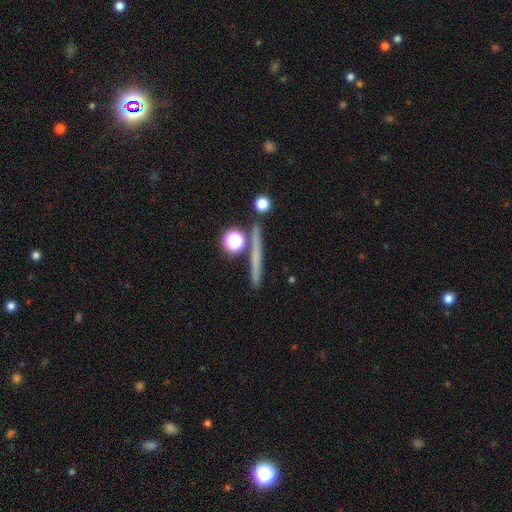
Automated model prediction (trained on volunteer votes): Smooth or featured? smooth (44%)
Merging? none (82%)